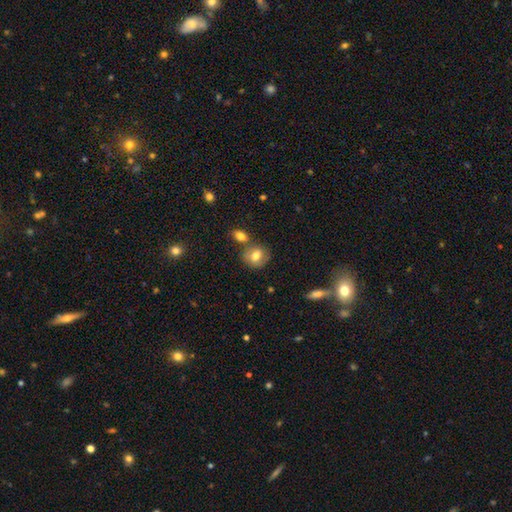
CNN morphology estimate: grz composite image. It shows a smooth galaxy with no disk features (74%) that is round (64%). Merging: none (63%).